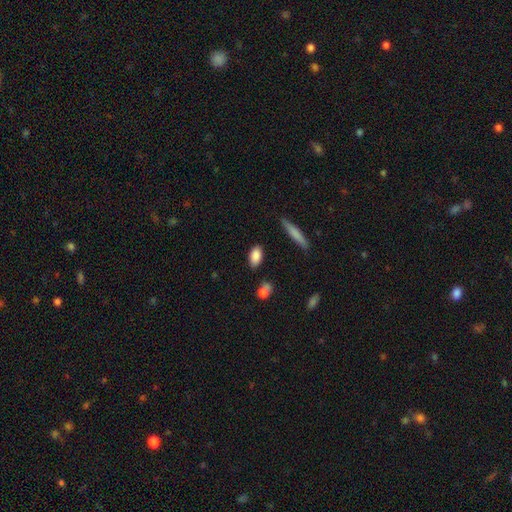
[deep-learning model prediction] Smooth or featured? Predicted: smooth (p=0.85). How rounded? Predicted: in between (p=0.88). Merging? Predicted: none (p=0.80).